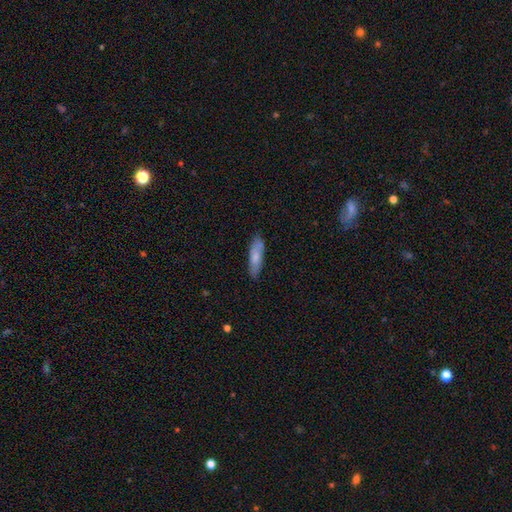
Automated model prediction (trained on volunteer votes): Smooth or featured? Predicted: smooth (p=0.75). How rounded? Predicted: cigar-shaped (p=0.58). Merging? Predicted: none (p=0.82).